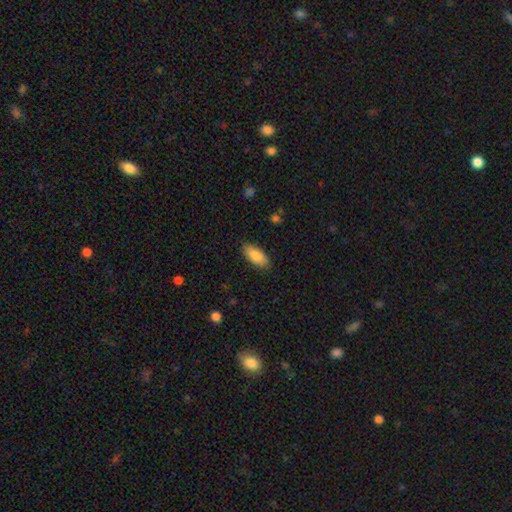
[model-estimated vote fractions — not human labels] smooth_or_featured: smooth (p=0.86) [alt: featured or disk p=0.08]
how_rounded: in between (p=0.86) [alt: cigar-shaped p=0.12]
merging: none (p=0.86) [alt: minor disturbance p=0.11]